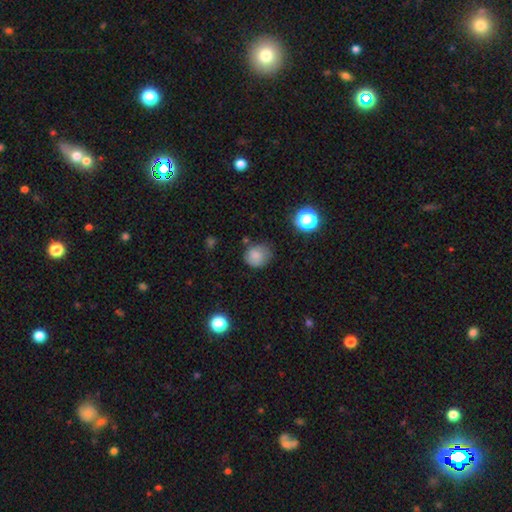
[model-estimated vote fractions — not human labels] Smooth or featured? Predicted: smooth (p=0.79). How rounded? Predicted: round (p=0.76). Merging? Predicted: none (p=0.66).